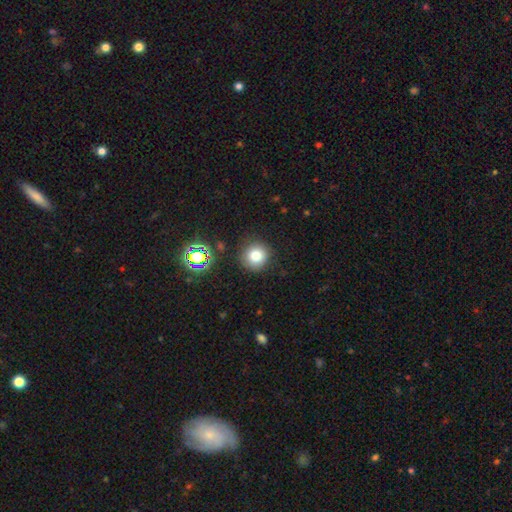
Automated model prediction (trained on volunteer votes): Smooth or featured? smooth (76%)
How rounded? round (93%)
Merging? none (88%)